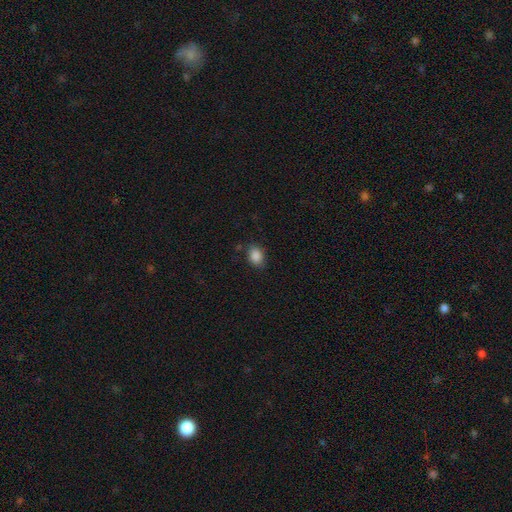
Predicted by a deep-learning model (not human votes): Smooth or featured: smooth — 87% (star or artifact — 9%)
How rounded: in between — 68% (round — 31%)
Merging: none — 80% (minor disturbance — 14%)